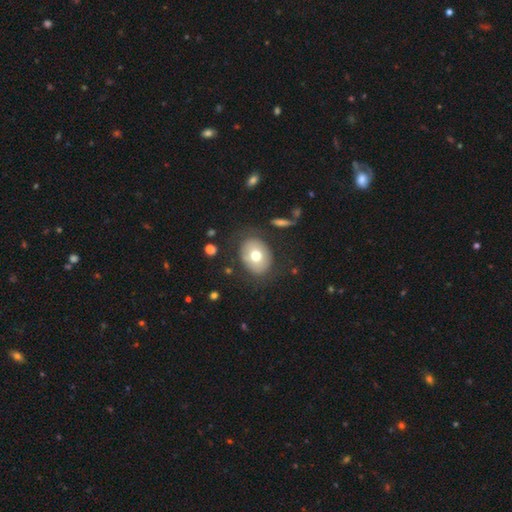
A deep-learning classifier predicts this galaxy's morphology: A smooth galaxy with no disk features (65%) that is in between round and cigar-shaped (58%). Merging: none (76%).